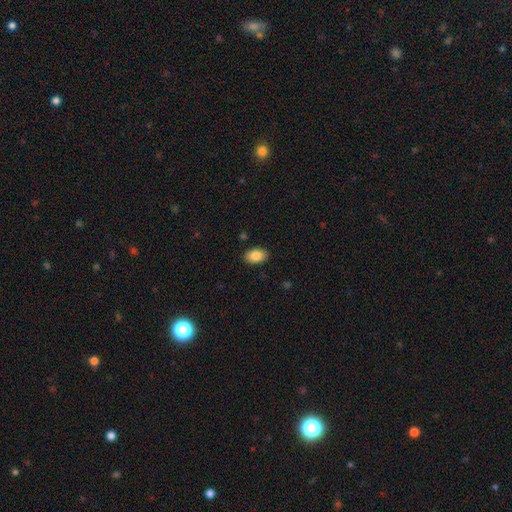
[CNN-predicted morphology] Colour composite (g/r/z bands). It shows a smooth galaxy with no disk features (86%) that is in between round and cigar-shaped (89%). Merging: none (89%).